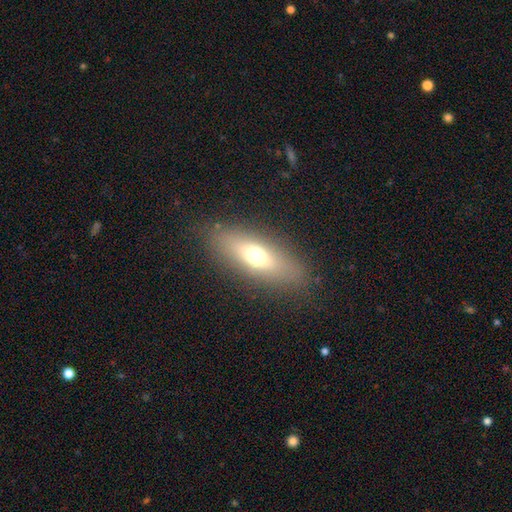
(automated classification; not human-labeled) Morphology: type=smooth (62%); roundness=in between (59%); merging=none (85%).